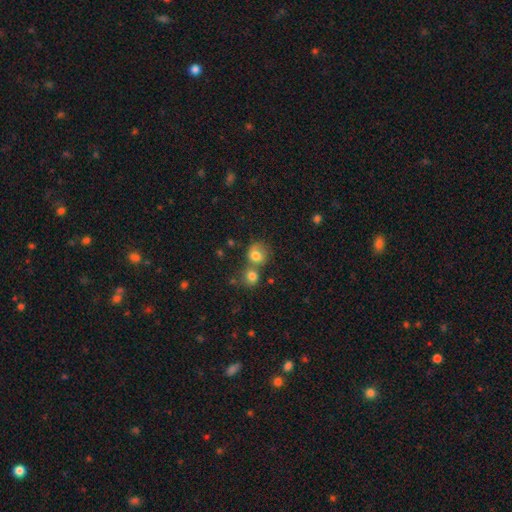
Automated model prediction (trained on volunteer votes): This appears to be a smooth galaxy with no disk features (77%) that is round (77%). Merging: merger (43%).